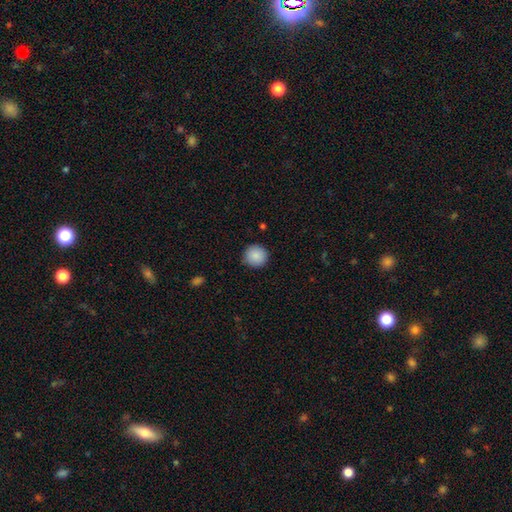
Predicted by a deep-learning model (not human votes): smooth 88%, star or artifact 8%, featured or disk 4%. Down the decision tree: how rounded — round (93%); merging — none (87%).